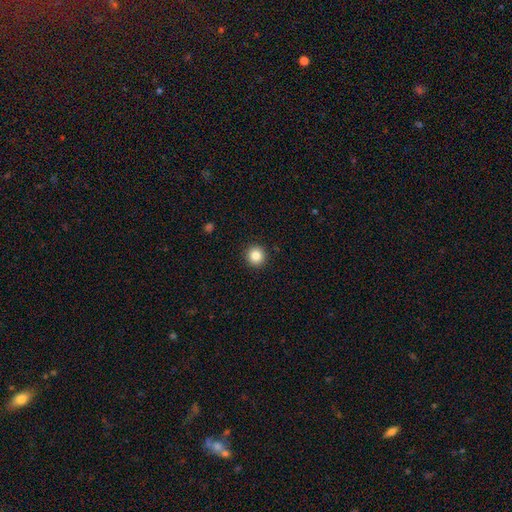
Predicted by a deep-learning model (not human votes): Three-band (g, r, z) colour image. It shows a smooth galaxy with no disk features (84%) that is round (95%). Merging: none (93%).